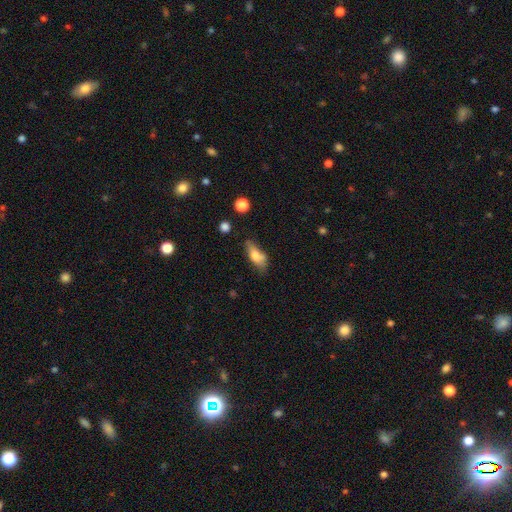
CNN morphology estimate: Smooth or featured: smooth — 70% (featured or disk — 22%)
How rounded: in between — 72% (cigar-shaped — 24%)
Merging: none — 46% (minor disturbance — 34%)